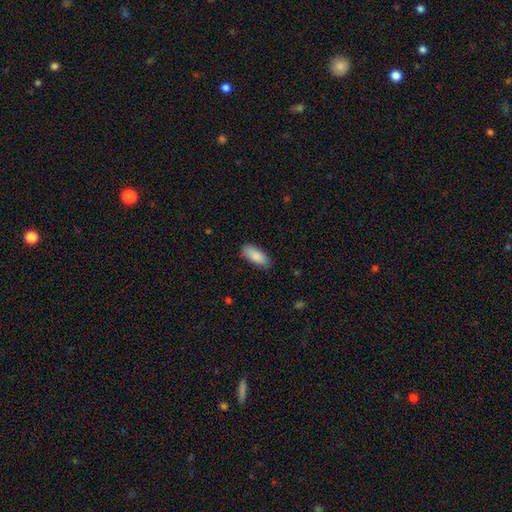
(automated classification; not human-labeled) A smooth galaxy with no disk features (89%) that is in between round and cigar-shaped (84%). Merging: none (84%).